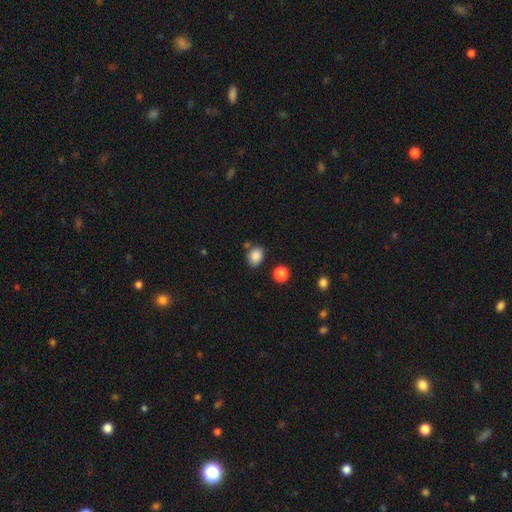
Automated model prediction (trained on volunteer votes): Q: Smooth or featured?
A: smooth (86%); runner-up: star or artifact (10%)
Q: How rounded?
A: in between (57%); runner-up: round (42%)
Q: Merging?
A: none (74%); runner-up: minor disturbance (16%)